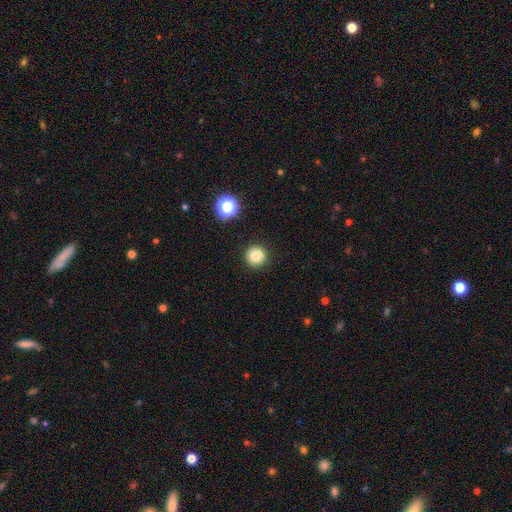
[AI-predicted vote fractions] Smooth or featured?
  - smooth: 82% *
  - star or artifact: 12%
  - featured or disk: 6%
How rounded?
  - round: 96% *
  - in between: 3%
  - cigar-shaped: 1%
Merging?
  - none: 92% *
  - minor disturbance: 5%
  - major disturbance: 2%
  - merger: 1%